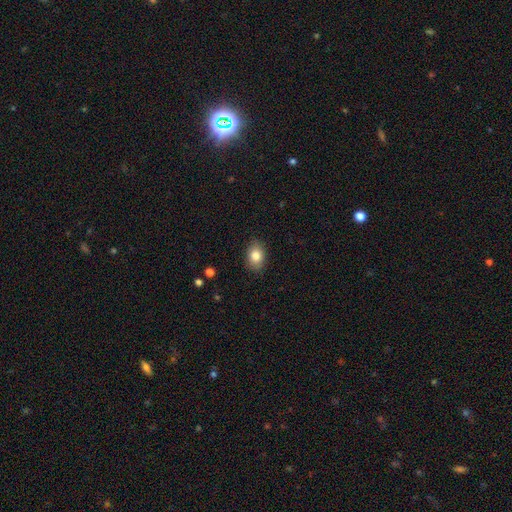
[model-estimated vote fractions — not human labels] Overall: smooth (83%). How rounded: in between (77%). Merging: none (87%).